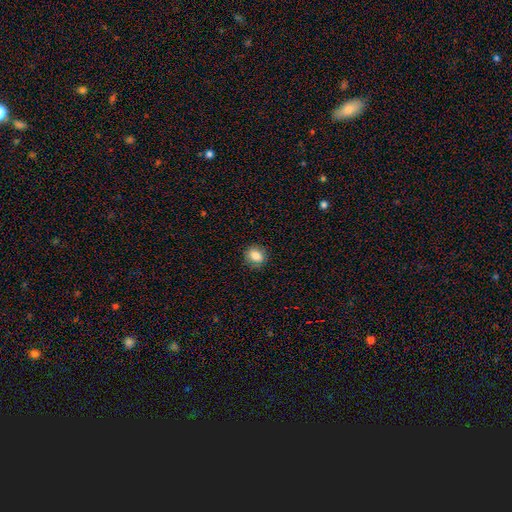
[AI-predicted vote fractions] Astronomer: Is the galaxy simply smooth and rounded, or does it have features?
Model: smooth — 84%.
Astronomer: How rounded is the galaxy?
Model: round — 59% (runner-up: in between, 40%).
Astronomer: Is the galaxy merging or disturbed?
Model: none — 85%.